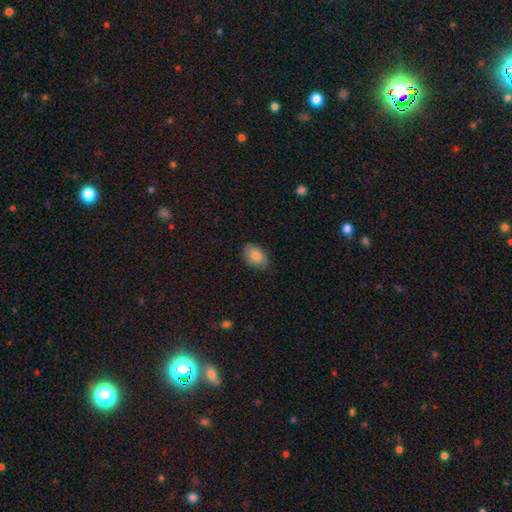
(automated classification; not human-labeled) Smooth or featured? Predicted: smooth (p=0.81). How rounded? Predicted: in between (p=0.79). Merging? Predicted: none (p=0.73).